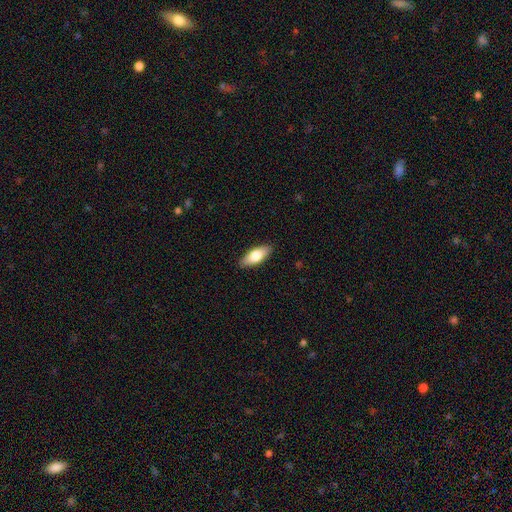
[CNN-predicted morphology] Q: Smooth or featured?
A: smooth (74%); runner-up: featured or disk (20%)
Q: How rounded?
A: in between (75%); runner-up: cigar-shaped (23%)
Q: Merging?
A: none (89%); runner-up: minor disturbance (9%)